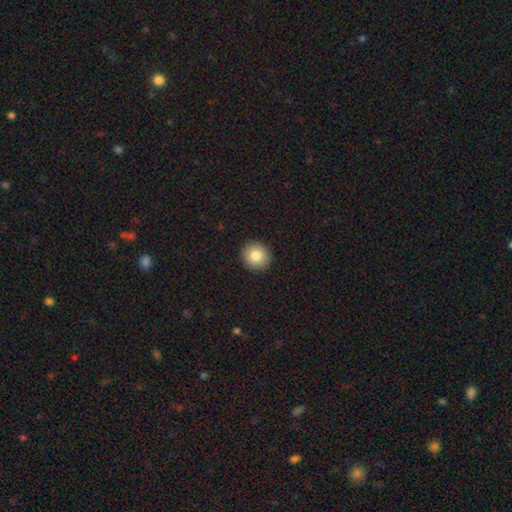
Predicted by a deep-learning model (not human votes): A smooth galaxy with no disk features (83%) that is round (87%).

Vote fractions:
- Smooth or featured? smooth: 83% / featured or disk: 9% / star or artifact: 8%
- How rounded? round: 87% / in between: 12% / cigar-shaped: 1%
- Merging? none: 92% / minor disturbance: 5% / major disturbance: 2% / merger: 1%